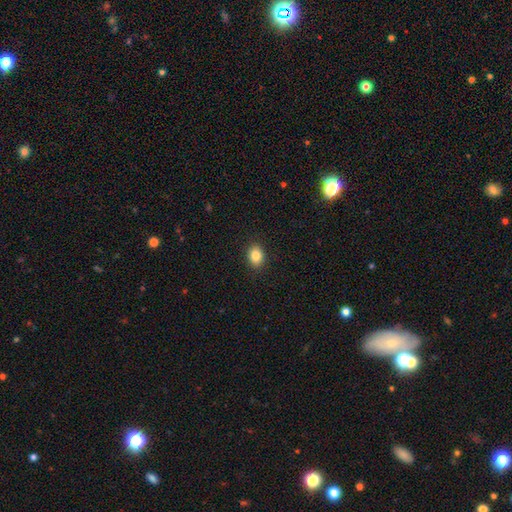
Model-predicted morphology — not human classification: A smooth galaxy with no disk features (85%) that is in between round and cigar-shaped (63%).

Vote fractions:
- Smooth or featured? smooth: 85% / star or artifact: 9% / featured or disk: 6%
- How rounded? in between: 63% / round: 36% / cigar-shaped: 1%
- Merging? none: 90% / minor disturbance: 7% / major disturbance: 2% / merger: 1%